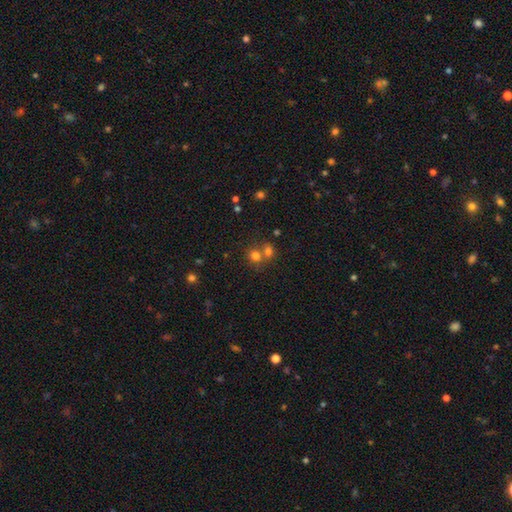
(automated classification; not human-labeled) smooth 74%, star or artifact 16%, featured or disk 9%. Down the decision tree: how rounded — round (80%); merging — merger (47%).